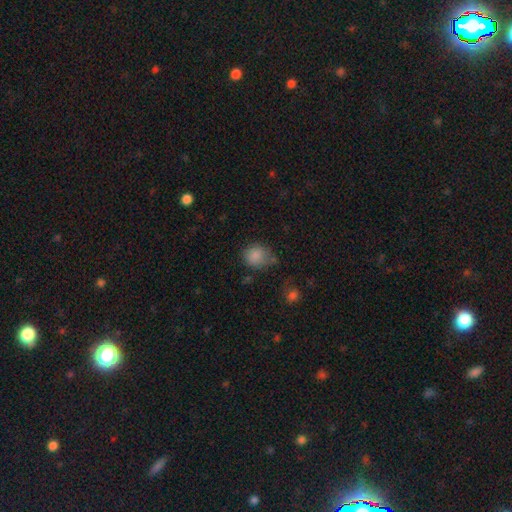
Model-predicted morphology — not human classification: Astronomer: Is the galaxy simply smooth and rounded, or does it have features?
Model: smooth — 85%.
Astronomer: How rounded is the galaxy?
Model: round — 74%.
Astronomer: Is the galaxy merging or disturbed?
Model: none — 60%.